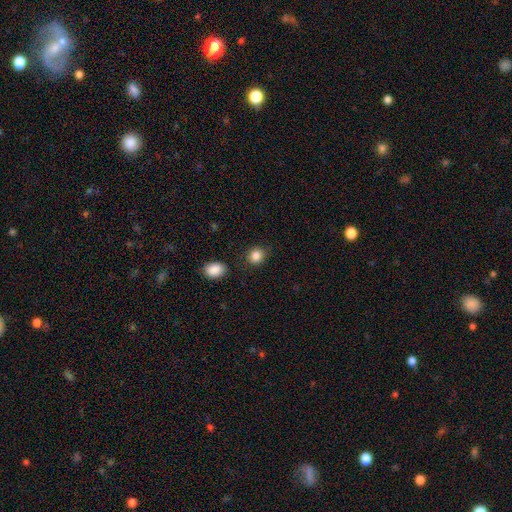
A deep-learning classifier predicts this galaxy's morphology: This is clearly a smooth galaxy (86%). How rounded: likely round (73%). Merging: clearly none (83%).